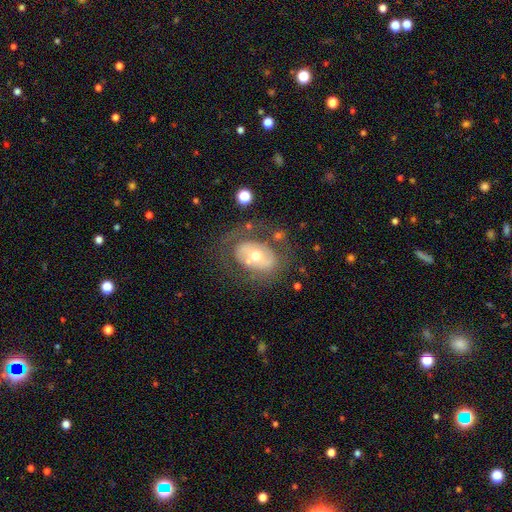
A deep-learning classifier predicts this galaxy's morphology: Q: Smooth or featured?
A: featured or disk (59%); runner-up: smooth (34%)
Q: Edge-on disk?
A: no (93%); runner-up: yes (7%)
Q: Bar?
A: no (69%); runner-up: weak (20%)
Q: Spiral arms?
A: no (66%); runner-up: yes (34%)
Q: Bulge size?
A: moderate (66%); runner-up: small (26%)
Q: Merging?
A: none (59%); runner-up: minor disturbance (19%)